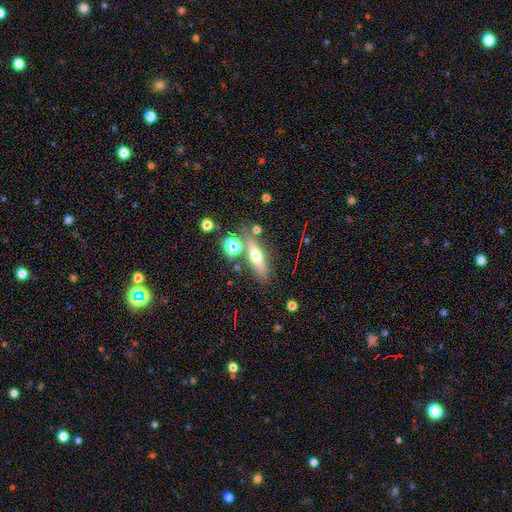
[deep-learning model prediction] A smooth galaxy with no disk features (47%). Merging: none (74%).